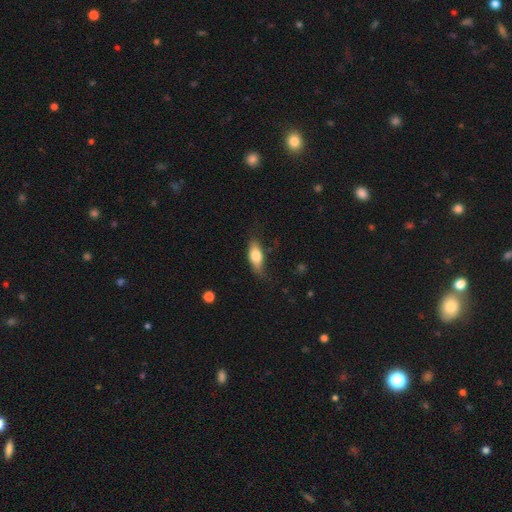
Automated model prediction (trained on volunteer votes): This appears to be a smooth galaxy with no disk features (73%) that is in between round and cigar-shaped (77%). Merging: none (67%).